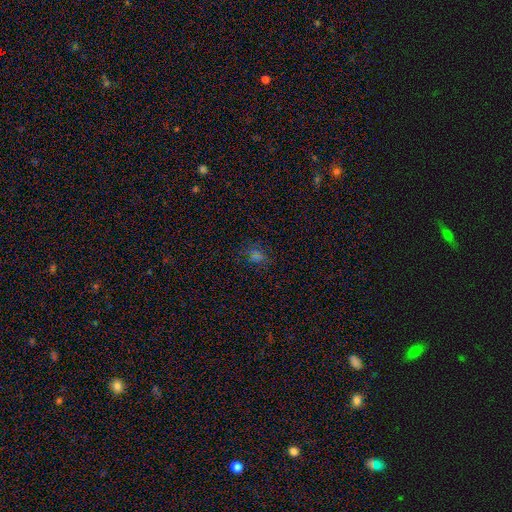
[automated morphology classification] smooth_or_featured: smooth (p=0.53) [alt: star or artifact p=0.38]
how_rounded: in between (p=0.56) [alt: round p=0.42]
merging: none (p=0.68) [alt: minor disturbance p=0.19]